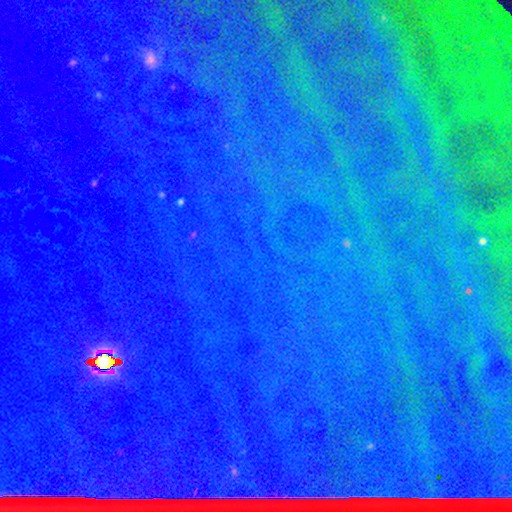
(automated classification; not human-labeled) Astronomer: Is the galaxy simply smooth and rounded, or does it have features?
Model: star or artifact — 84%.